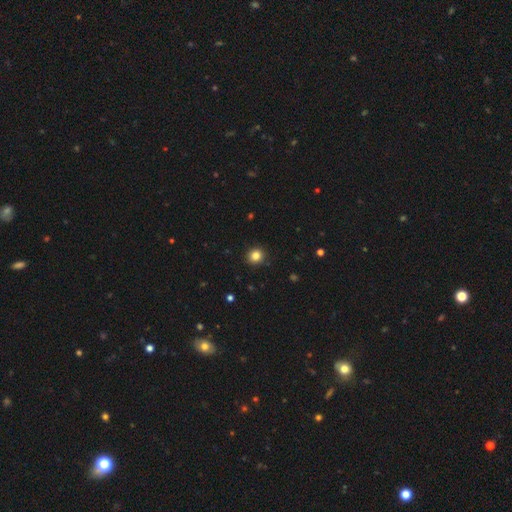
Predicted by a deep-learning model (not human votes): The model was most divided on "smooth or featured": smooth: 84%, star or artifact: 12%, featured or disk: 4%. More confident: merging — none (92%); how rounded — round (91%).